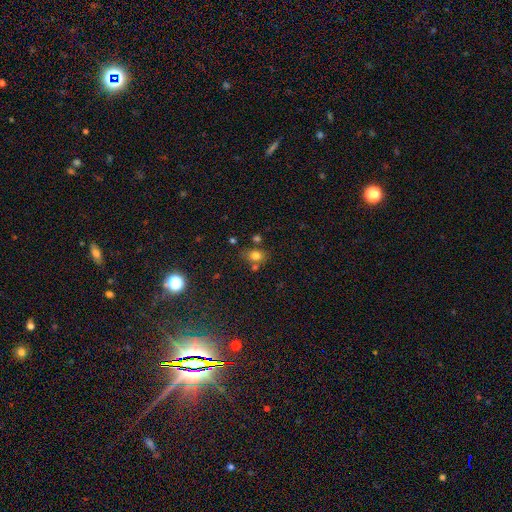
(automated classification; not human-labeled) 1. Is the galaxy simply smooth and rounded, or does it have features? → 75% smooth, 15% star or artifact, 10% featured or disk.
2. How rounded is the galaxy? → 51% in between, 48% round, 1% cigar-shaped.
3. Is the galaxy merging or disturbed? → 63% none, 16% minor disturbance, 16% merger, 5% major disturbance.